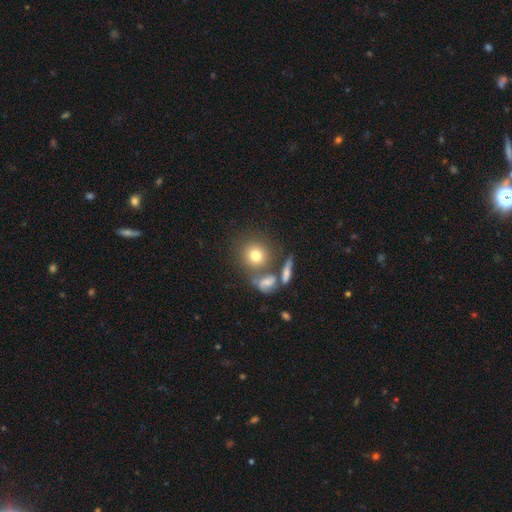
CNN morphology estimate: Smooth or featured? smooth (74%)
How rounded? round (86%)
Merging? none (64%)